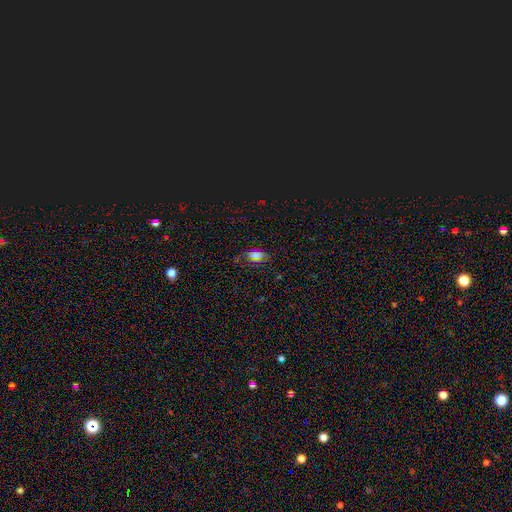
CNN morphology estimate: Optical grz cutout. It shows a smooth galaxy with no disk features (63%) that is in between round and cigar-shaped (85%). Merging: none (75%).